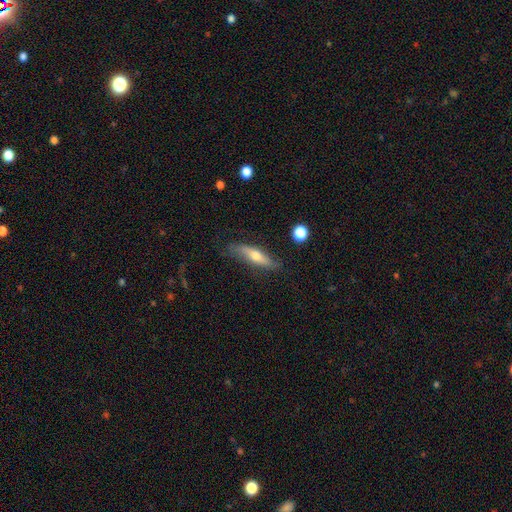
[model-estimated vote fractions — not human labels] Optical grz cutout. It shows a smooth galaxy with no disk features (52%) that is cigar-shaped (69%). Merging: none (70%).